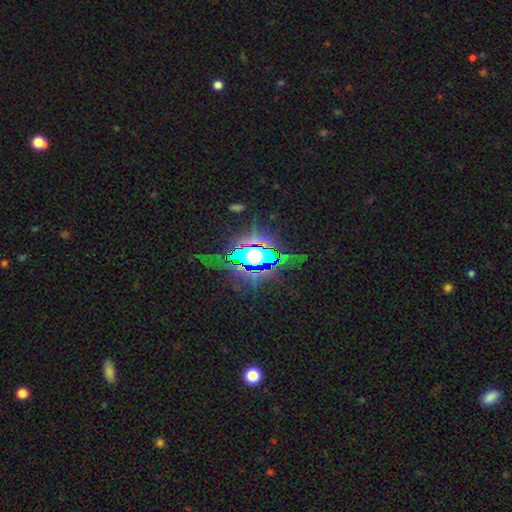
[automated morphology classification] A star or artifact, not a galaxy (66%).

Vote fractions:
- Smooth or featured? star or artifact: 66% / featured or disk: 21% / smooth: 13%